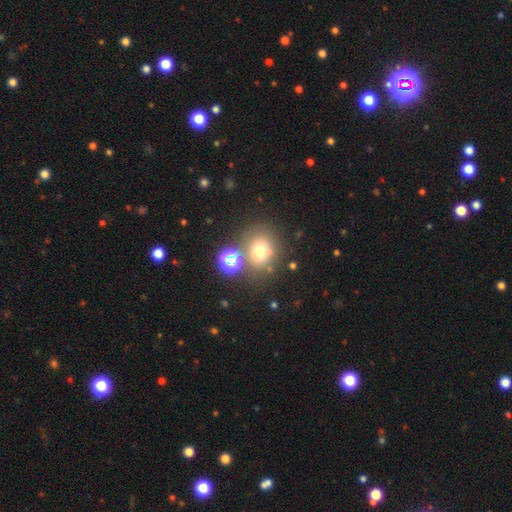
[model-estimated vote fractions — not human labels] Q: Smooth or featured?
A: smooth (60%); runner-up: star or artifact (27%)
Q: How rounded?
A: round (73%); runner-up: in between (25%)
Q: Merging?
A: none (65%); runner-up: merger (21%)